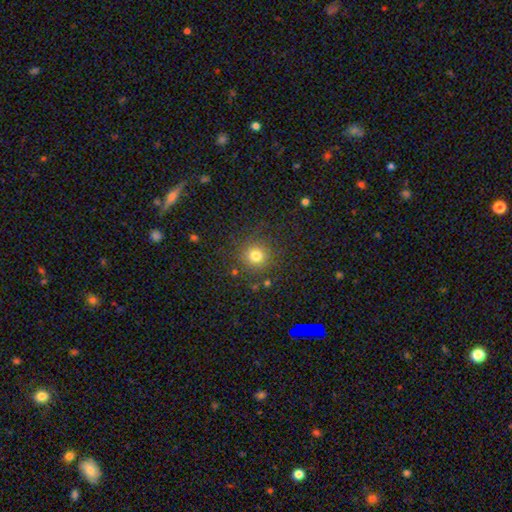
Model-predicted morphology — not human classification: smooth_or_featured: smooth (p=0.78) [alt: star or artifact p=0.16]
how_rounded: round (p=0.94) [alt: in between p=0.05]
merging: none (p=0.86) [alt: minor disturbance p=0.08]